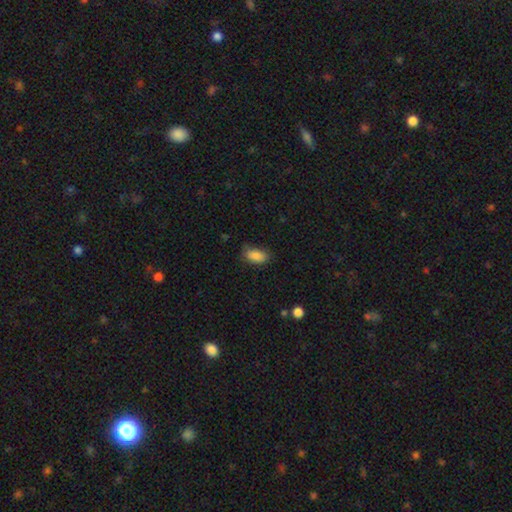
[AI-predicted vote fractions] Morphology: type=smooth (87%); roundness=in between (91%); merging=none (70%).